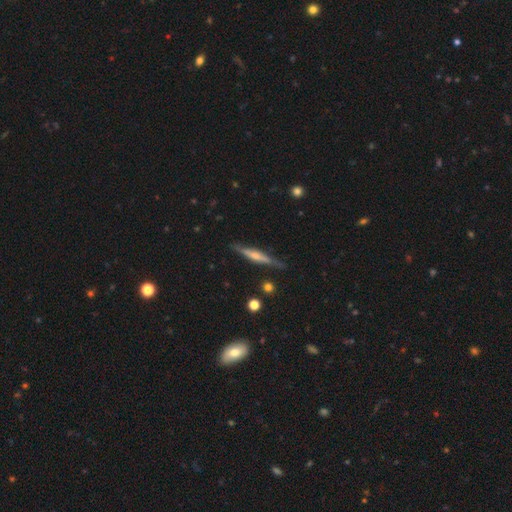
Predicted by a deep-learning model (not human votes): Smooth or featured? featured or disk (64%)
Edge-on disk? yes (96%)
Edge-on bulge? rounded (58%)
Merging? none (84%)